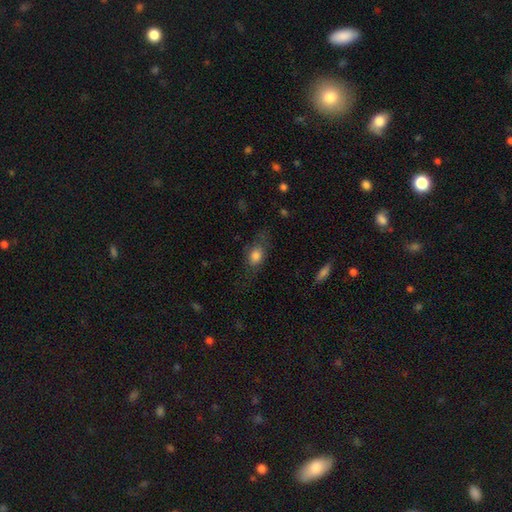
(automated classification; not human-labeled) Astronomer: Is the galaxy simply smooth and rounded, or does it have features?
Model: smooth — 75%.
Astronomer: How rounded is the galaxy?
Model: in between — 73%.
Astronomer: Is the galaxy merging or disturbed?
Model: none — 60%.